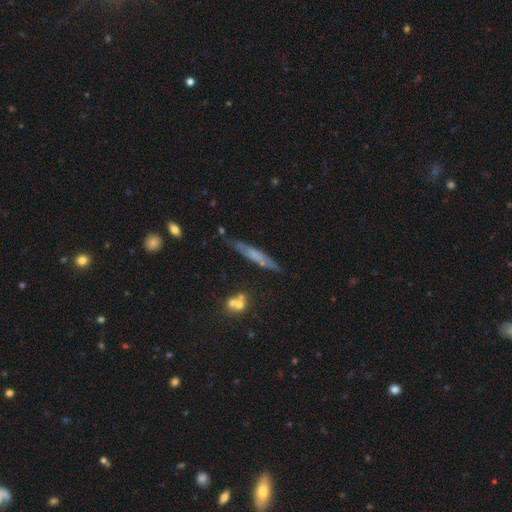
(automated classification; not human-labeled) Morphology: type=smooth (46%); merging=none (70%).